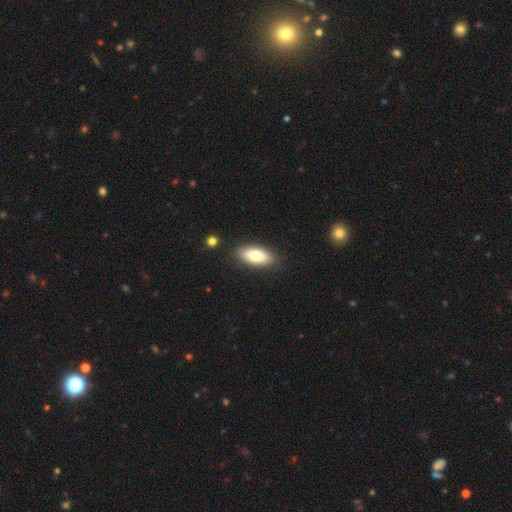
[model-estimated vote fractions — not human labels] Overall: smooth (77%). How rounded: in between (84%). Merging: none (86%).